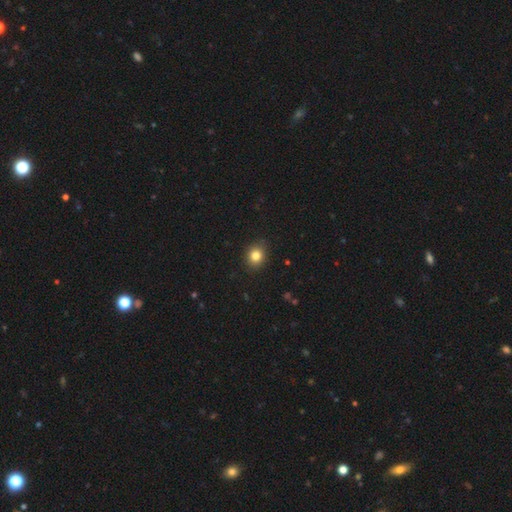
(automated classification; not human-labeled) smooth 83%, star or artifact 11%, featured or disk 6%. Down the decision tree: how rounded — round (67%); merging — none (88%).